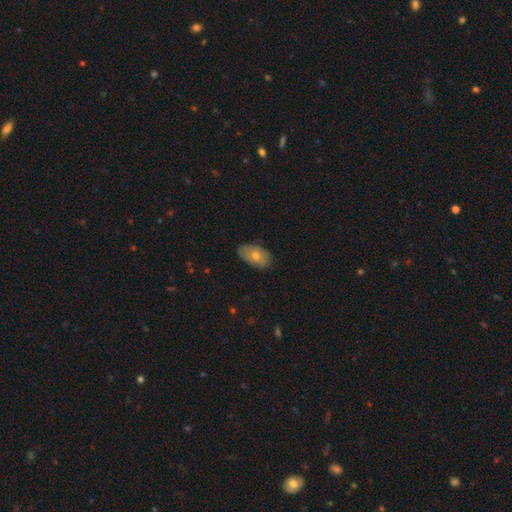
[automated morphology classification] This appears to be a smooth galaxy with no disk features (68%) that is in between round and cigar-shaped (90%). Merging: none (71%).